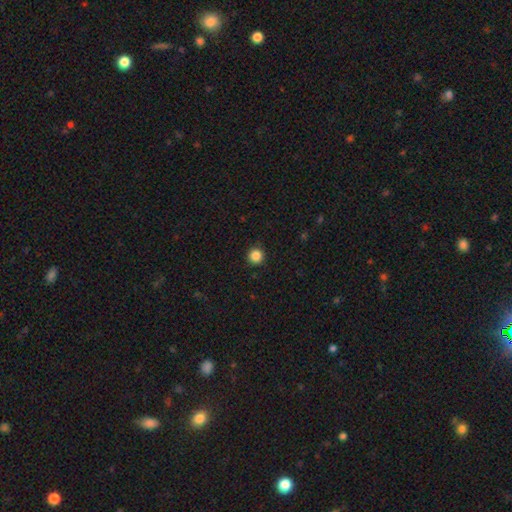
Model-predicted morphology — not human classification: Smooth or featured?
  - smooth: 86% *
  - star or artifact: 11%
  - featured or disk: 3%
How rounded?
  - round: 95% *
  - in between: 4%
  - cigar-shaped: 1%
Merging?
  - none: 92% *
  - minor disturbance: 5%
  - major disturbance: 2%
  - merger: 1%